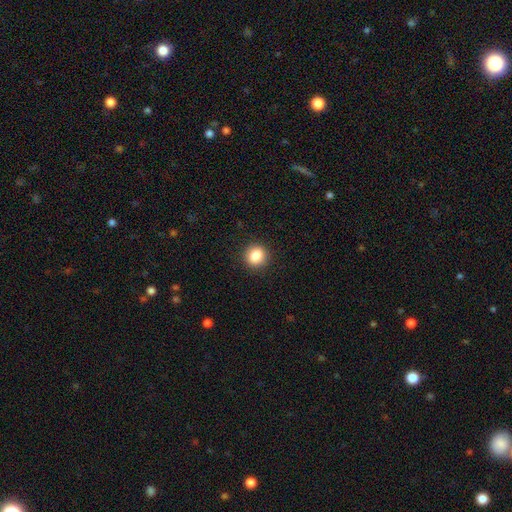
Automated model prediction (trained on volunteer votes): Smooth or featured?
  - smooth: 85% *
  - star or artifact: 10%
  - featured or disk: 5%
How rounded?
  - round: 87% *
  - in between: 12%
  - cigar-shaped: 1%
Merging?
  - none: 92% *
  - minor disturbance: 6%
  - major disturbance: 2%
  - merger: 1%